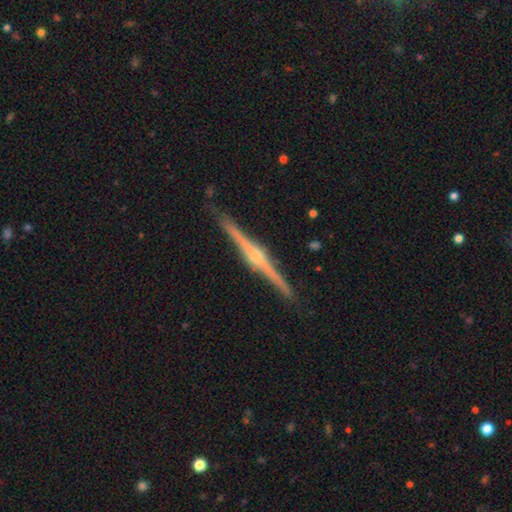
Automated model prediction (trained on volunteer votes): Smooth or featured: featured or disk — 88% (smooth — 7%)
Edge-on disk: yes — 99% (no — 1%)
Edge-on bulge: rounded — 85% (boxy — 9%)
Merging: none — 91% (minor disturbance — 6%)